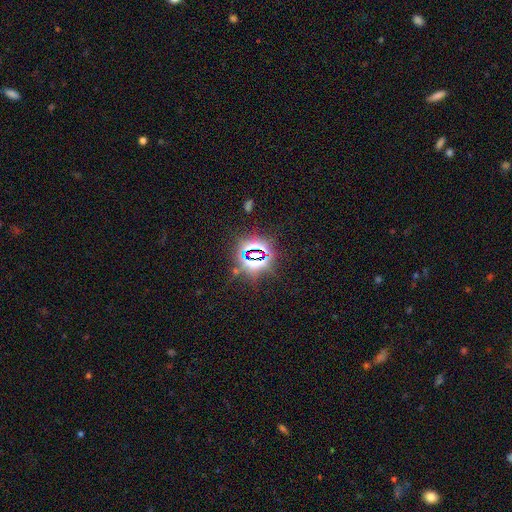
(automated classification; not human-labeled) Overall: star or artifact (80%).